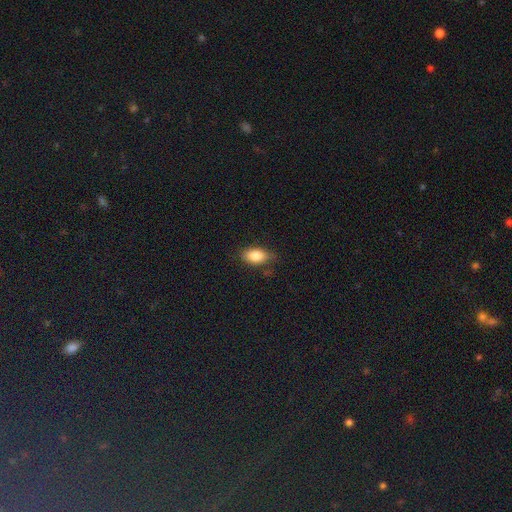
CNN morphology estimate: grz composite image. It shows a smooth galaxy with no disk features (84%) that is in between round and cigar-shaped (88%). Merging: none (76%).